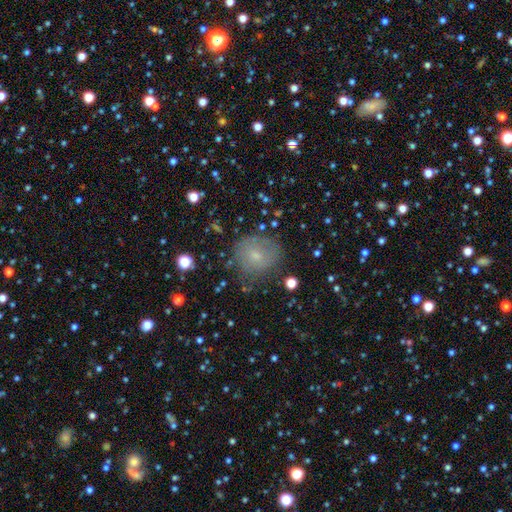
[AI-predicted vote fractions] This is likely a smooth galaxy (62%). How rounded: likely round (77%). Merging: likely none (64%).